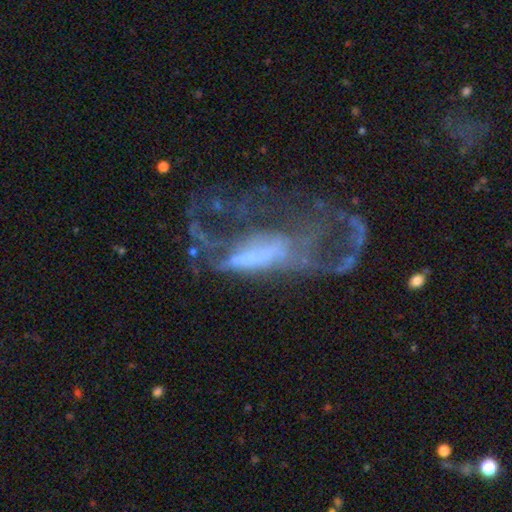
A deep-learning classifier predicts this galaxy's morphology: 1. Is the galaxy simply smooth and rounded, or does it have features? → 67% featured or disk, 18% smooth, 15% star or artifact.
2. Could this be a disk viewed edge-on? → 88% no, 12% yes.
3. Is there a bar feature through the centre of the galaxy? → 59% no, 24% weak, 17% strong.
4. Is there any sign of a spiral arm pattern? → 61% no, 39% yes.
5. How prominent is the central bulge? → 42% none, 26% small, 20% moderate, 8% large, 3% dominant.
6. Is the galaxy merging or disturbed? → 59% major disturbance, 19% none, 11% merger, 11% minor disturbance.